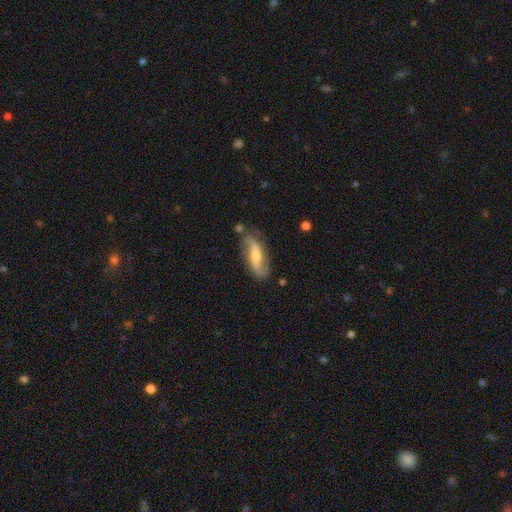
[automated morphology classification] A featured or disk galaxy (75%) with a weak bar (35%), 2 (90%) loose (63%) spiral arms (92%) and a moderate central bulge (53%). Merging: none (75%).